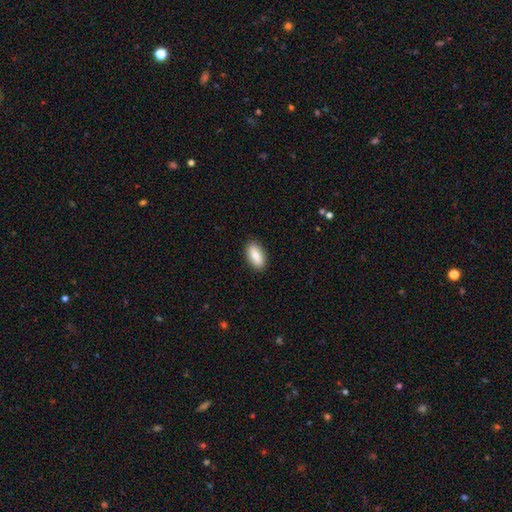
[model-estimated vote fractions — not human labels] Smooth or featured? Predicted: smooth (p=0.82). How rounded? Predicted: in between (p=0.89). Merging? Predicted: none (p=0.89).